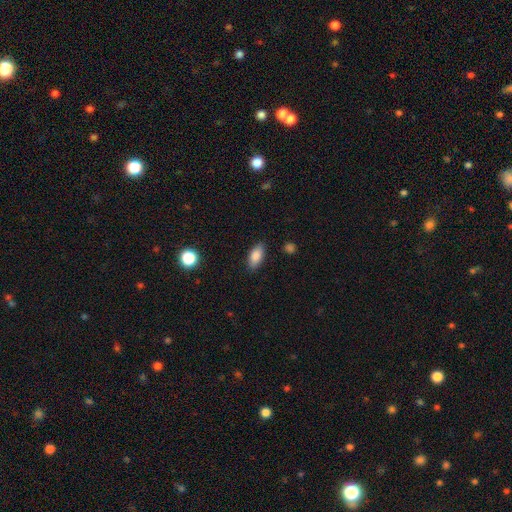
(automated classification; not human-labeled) Smooth or featured? Predicted: smooth (p=0.84). How rounded? Predicted: in between (p=0.86). Merging? Predicted: none (p=0.85).